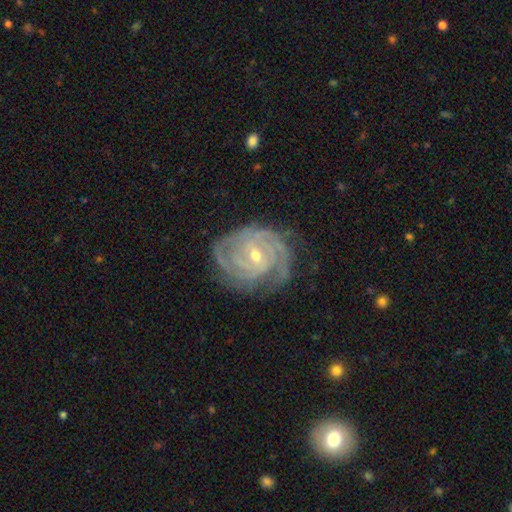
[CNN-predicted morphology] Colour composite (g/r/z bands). It shows a featured or disk galaxy (90%) with no bar (48%), 3 (30%) tight (78%) spiral arms (98%) and a small central bulge (53%). Merging: none (72%).